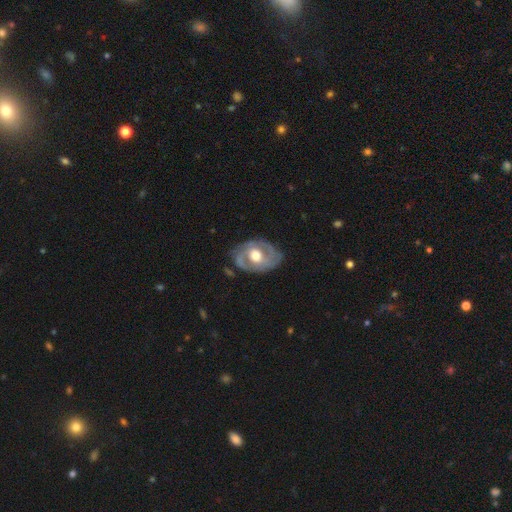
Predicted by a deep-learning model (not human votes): featured or disk 80%, smooth 16%, star or artifact 4%. Down the decision tree: edge-on disk — no (96%); bar — no (66%); spiral arms — yes (80%); spiral arm count — 2 (65%); spiral winding — tight (47%); bulge size — moderate (68%); merging — none (71%).